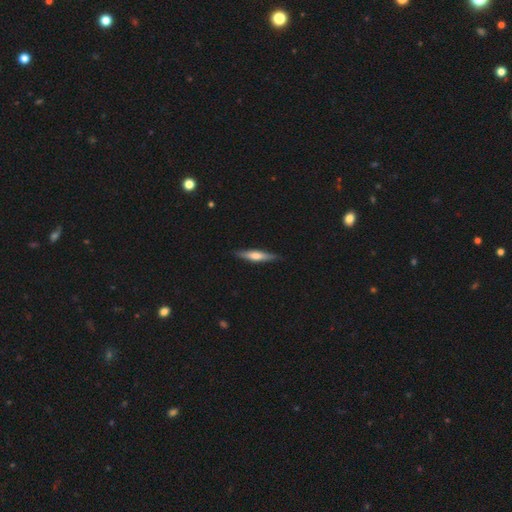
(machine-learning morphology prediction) type=smooth (48%); merging=none (87%).